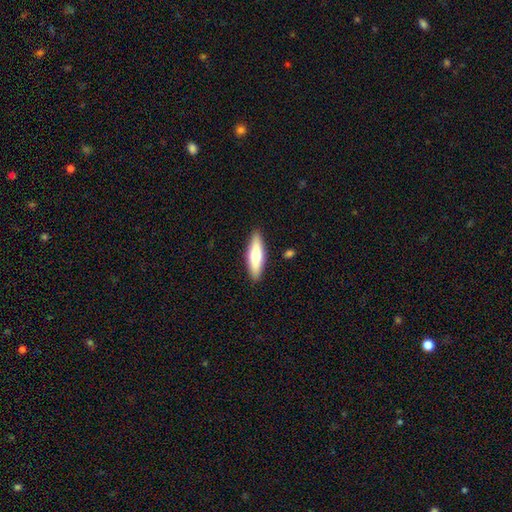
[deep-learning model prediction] This is likely a smooth galaxy (65%). How rounded: possibly cigar-shaped (58%). Merging: clearly none (89%).